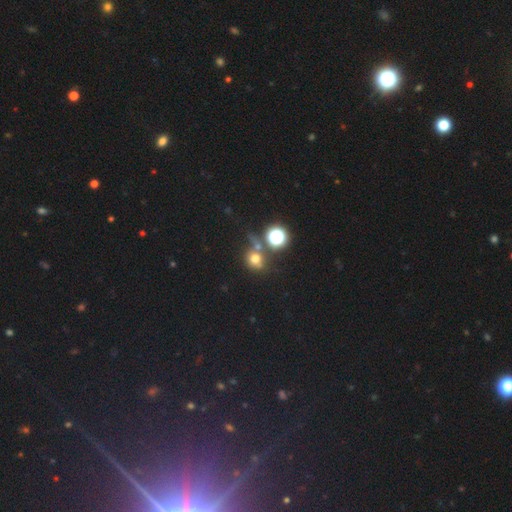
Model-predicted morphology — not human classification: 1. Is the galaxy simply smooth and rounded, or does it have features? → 53% smooth, 36% star or artifact, 10% featured or disk.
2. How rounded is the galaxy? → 79% round, 19% in between, 2% cigar-shaped.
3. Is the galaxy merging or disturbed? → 60% none, 22% merger, 11% minor disturbance, 7% major disturbance.